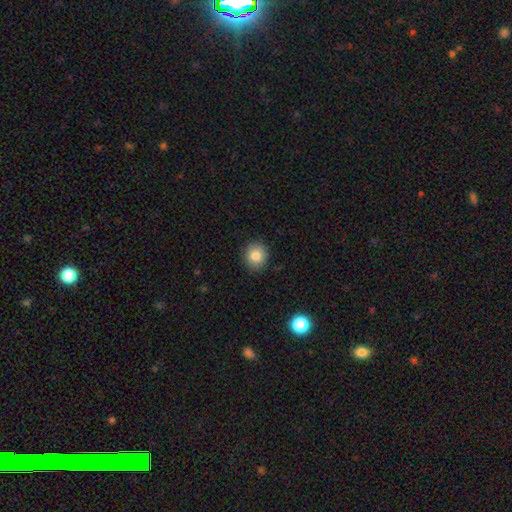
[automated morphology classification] A smooth galaxy with no disk features (83%) that is round (86%).

Vote fractions:
- Smooth or featured? smooth: 83% / star or artifact: 10% / featured or disk: 7%
- How rounded? round: 86% / in between: 13% / cigar-shaped: 1%
- Merging? none: 89% / minor disturbance: 8% / major disturbance: 2% / merger: 1%